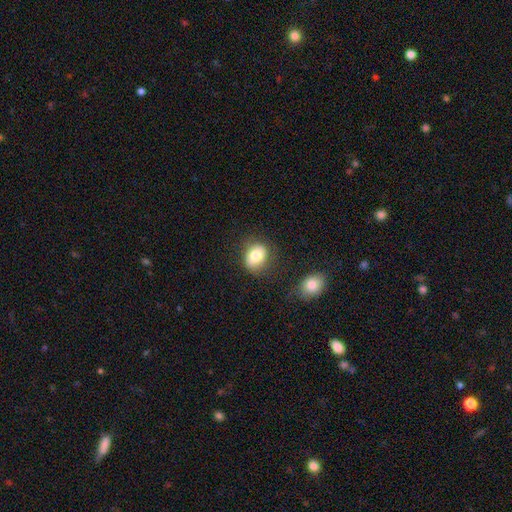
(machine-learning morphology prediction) smooth-or-featured: smooth: 78% | featured or disk: 14% | star or artifact: 8%
  how-rounded: round: 51% | in between: 48% | cigar-shaped: 1%
  merging: none: 71% | minor disturbance: 19% | major disturbance: 6% | merger: 4%